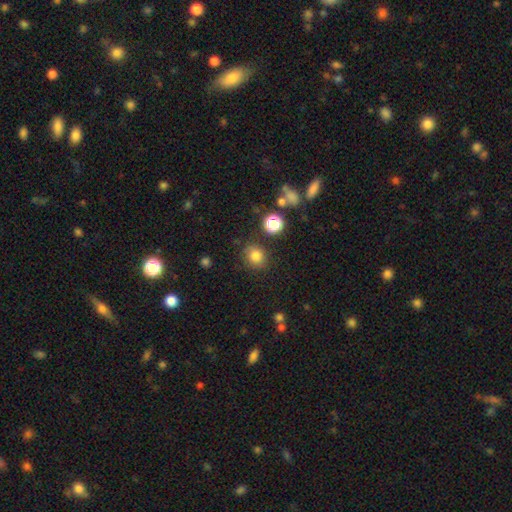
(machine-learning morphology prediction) type=smooth (80%); roundness=round (76%); merging=none (82%).